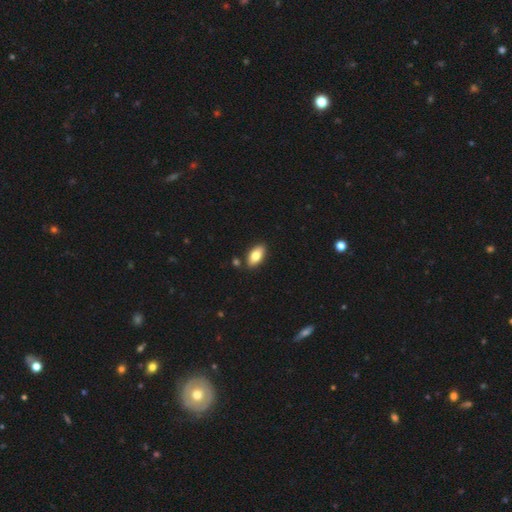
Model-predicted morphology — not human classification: The model was most divided on "smooth or featured": smooth: 80%, featured or disk: 13%, star or artifact: 7%. More confident: how rounded — in between (92%); merging — none (85%).